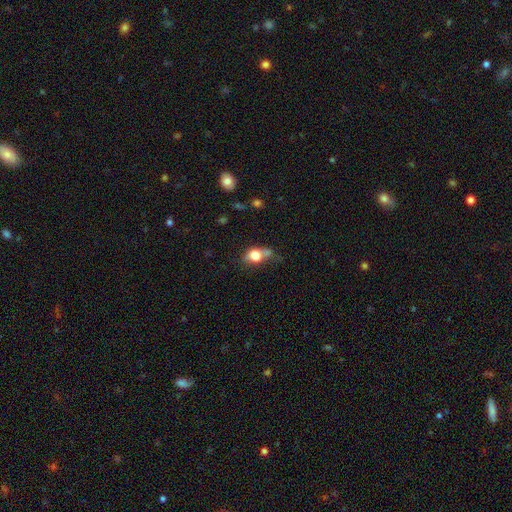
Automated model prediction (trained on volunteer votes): Q: Smooth or featured?
A: smooth (73%); runner-up: featured or disk (16%)
Q: How rounded?
A: in between (55%); runner-up: round (42%)
Q: Merging?
A: none (38%); runner-up: minor disturbance (28%)